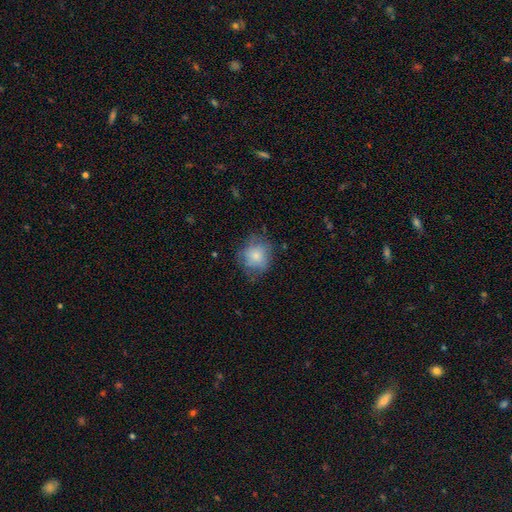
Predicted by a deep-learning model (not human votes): A smooth galaxy with no disk features (76%) that is round (80%). Merging: none (66%).